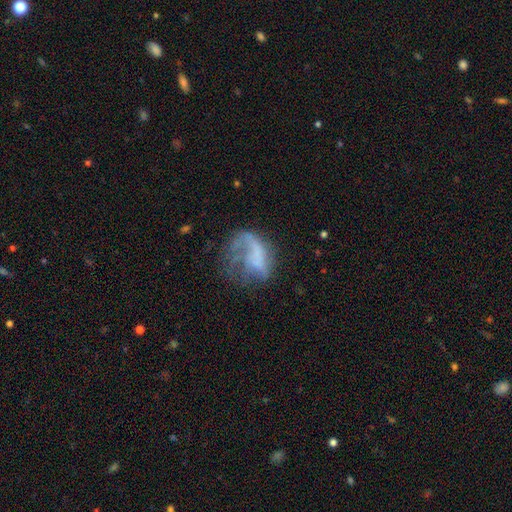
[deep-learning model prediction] smooth_or_featured: featured or disk (p=0.57) [alt: smooth p=0.32]
disk_edge_on: no (p=0.98) [alt: yes p=0.02]
bar: no (p=0.75) [alt: weak p=0.19]
has_spiral_arms: no (p=0.56) [alt: yes p=0.44]
bulge_size: none (p=0.71) [alt: small p=0.13]
merging: major disturbance (p=0.48) [alt: none p=0.29]